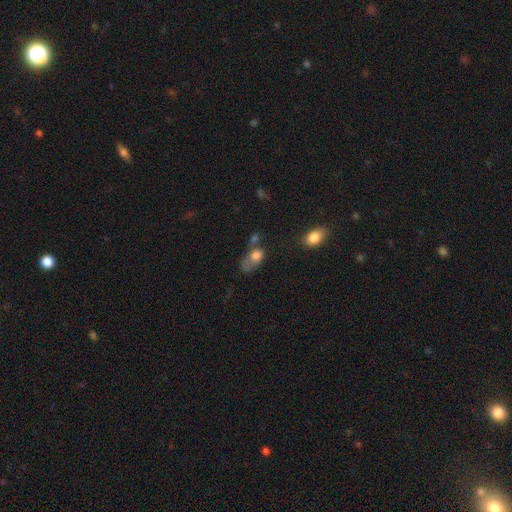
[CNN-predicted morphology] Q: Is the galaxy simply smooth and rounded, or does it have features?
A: smooth — 73%.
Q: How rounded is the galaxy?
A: in between — 81%.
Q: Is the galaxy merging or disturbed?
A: major disturbance — 34%.